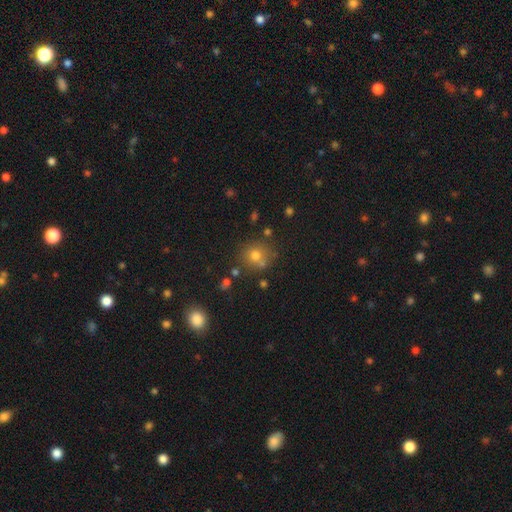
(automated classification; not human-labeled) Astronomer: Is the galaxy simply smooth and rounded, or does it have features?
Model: smooth — 70%.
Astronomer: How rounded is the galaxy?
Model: round — 82%.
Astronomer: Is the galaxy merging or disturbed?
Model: none — 67%.